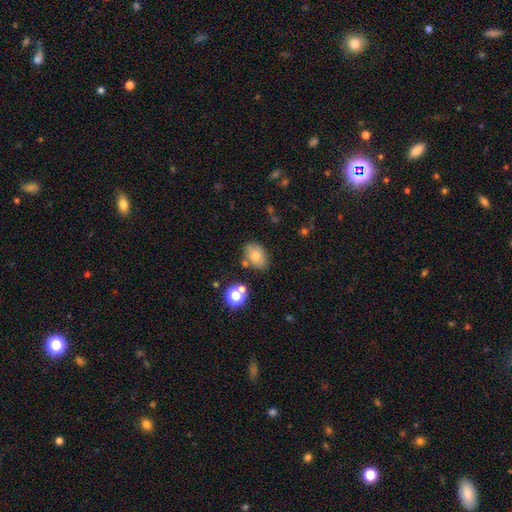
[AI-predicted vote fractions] Smooth or featured: smooth — 73% (featured or disk — 16%)
How rounded: in between — 80% (round — 18%)
Merging: none — 72% (minor disturbance — 16%)